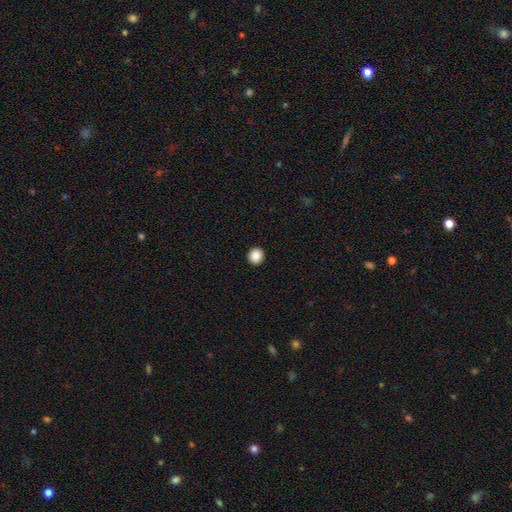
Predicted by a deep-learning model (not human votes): This is clearly a smooth galaxy (88%). How rounded: clearly round (90%). Merging: clearly none (94%).